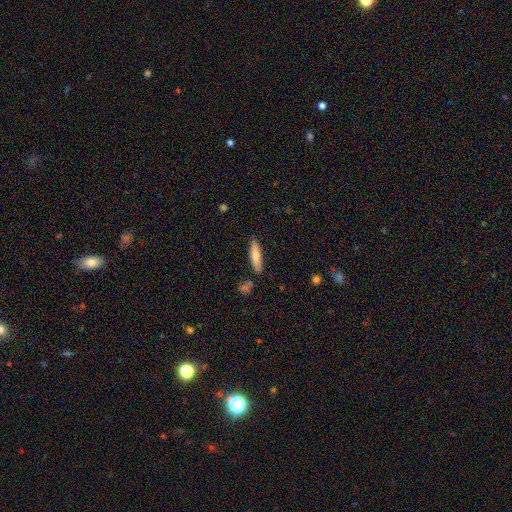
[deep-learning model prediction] A smooth galaxy with no disk features (75%) that is cigar-shaped (74%).

Vote fractions:
- Smooth or featured? smooth: 75% / featured or disk: 19% / star or artifact: 6%
- How rounded? cigar-shaped: 74% / in between: 24% / round: 2%
- Merging? none: 83% / minor disturbance: 11% / merger: 4% / major disturbance: 2%